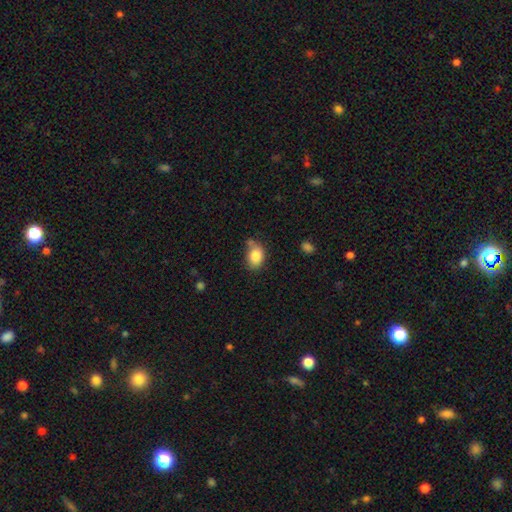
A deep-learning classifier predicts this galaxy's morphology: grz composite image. It shows a smooth galaxy with no disk features (84%) that is in between round and cigar-shaped (73%). Merging: none (61%).